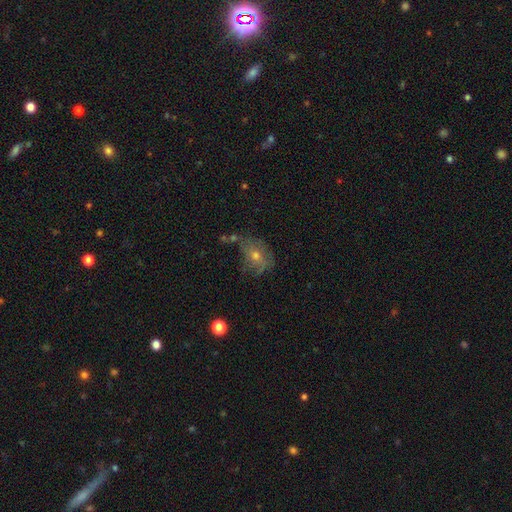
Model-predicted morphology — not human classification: This appears to be a smooth galaxy with no disk features (42%). Merging: none (48%).